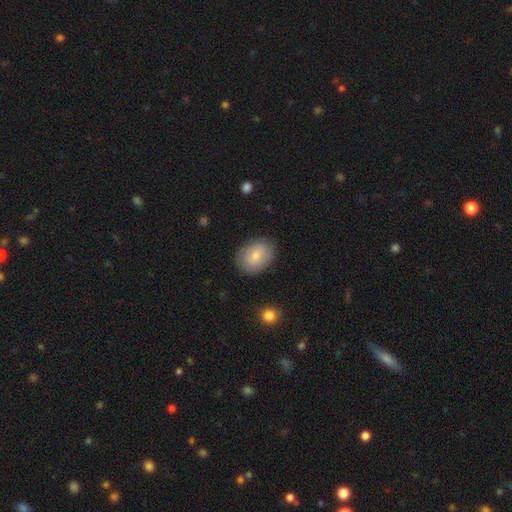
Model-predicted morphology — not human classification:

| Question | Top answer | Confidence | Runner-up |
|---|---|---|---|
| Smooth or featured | smooth | 75% | featured or disk (18%) |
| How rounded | in between | 76% | round (23%) |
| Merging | none | 85% | minor disturbance (11%) |